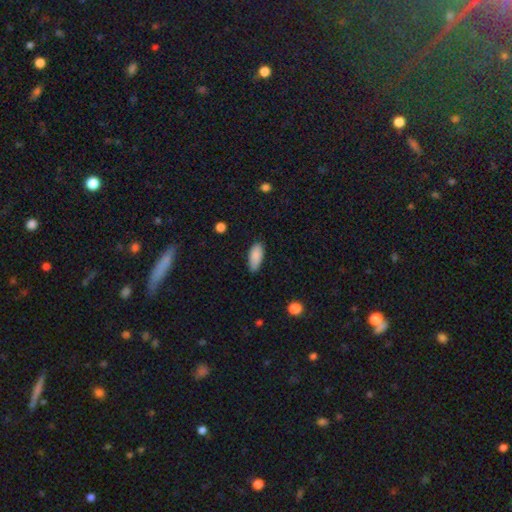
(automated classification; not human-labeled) This appears to be a smooth galaxy with no disk features (88%) that is in between round and cigar-shaped (86%). Merging: none (78%).